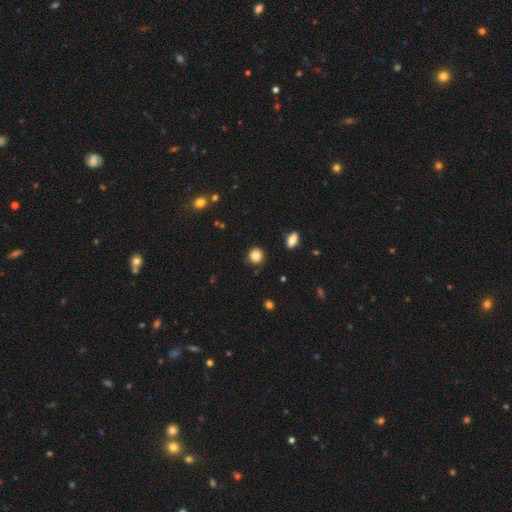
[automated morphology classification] smooth_or_featured: smooth (p=0.86) [alt: star or artifact p=0.10]
how_rounded: round (p=0.90) [alt: in between p=0.09]
merging: none (p=0.86) [alt: minor disturbance p=0.10]